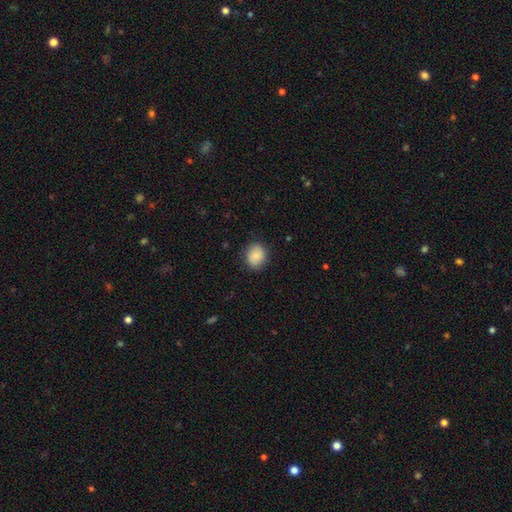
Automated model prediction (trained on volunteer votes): Q: Smooth or featured?
A: smooth (86%); runner-up: star or artifact (7%)
Q: How rounded?
A: round (63%); runner-up: in between (36%)
Q: Merging?
A: none (85%); runner-up: minor disturbance (11%)